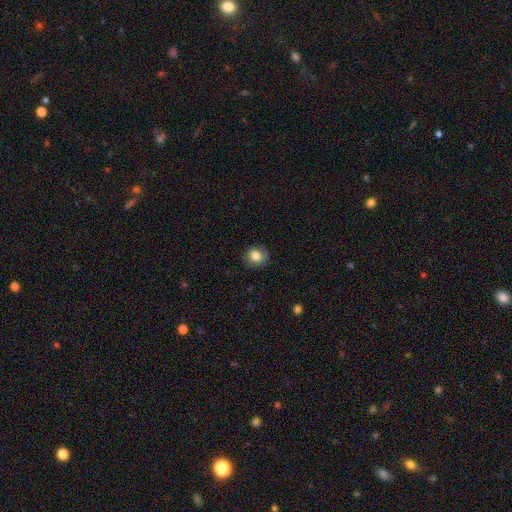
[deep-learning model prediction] smooth_or_featured: smooth (p=0.79) [alt: featured or disk p=0.11]
how_rounded: round (p=0.77) [alt: in between p=0.22]
merging: none (p=0.84) [alt: minor disturbance p=0.12]